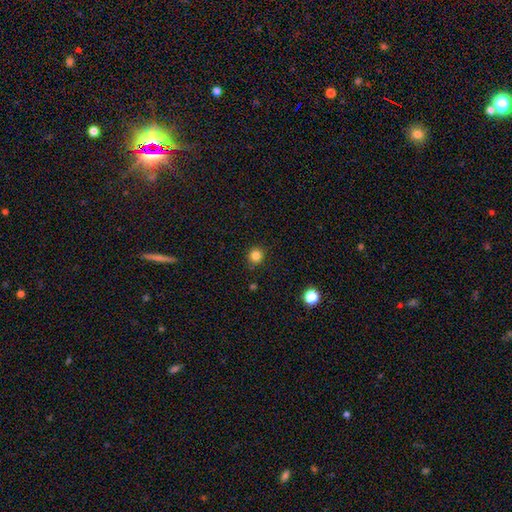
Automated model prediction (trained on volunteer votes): This appears to be a smooth galaxy with no disk features (83%) that is round (90%). Merging: none (88%).